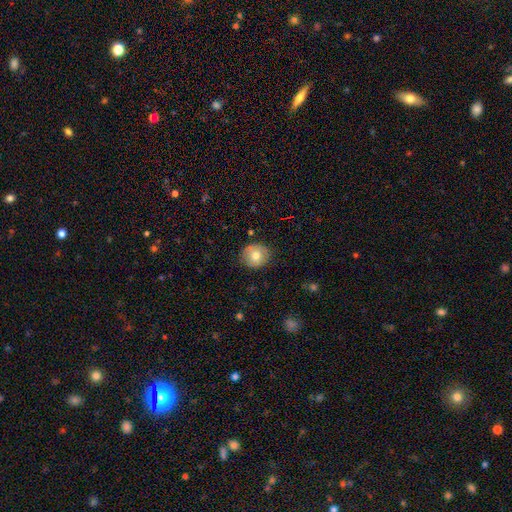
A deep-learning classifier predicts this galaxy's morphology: Smooth or featured?
  - smooth: 73% *
  - featured or disk: 18%
  - star or artifact: 8%
How rounded?
  - round: 82% *
  - in between: 17%
  - cigar-shaped: 1%
Merging?
  - none: 83% *
  - minor disturbance: 13%
  - major disturbance: 3%
  - merger: 1%